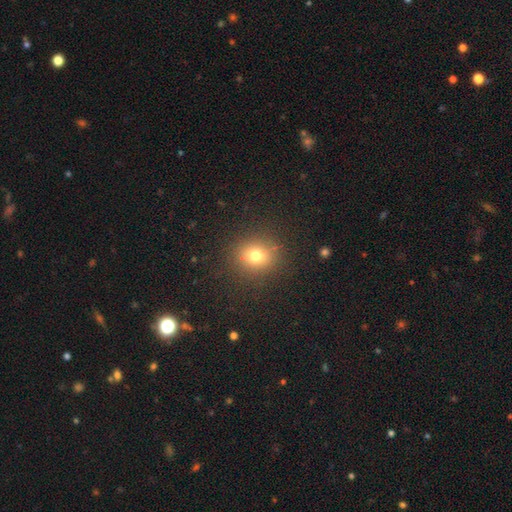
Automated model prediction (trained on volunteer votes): This appears to be a smooth galaxy with no disk features (74%) that is round (81%). Merging: none (87%).